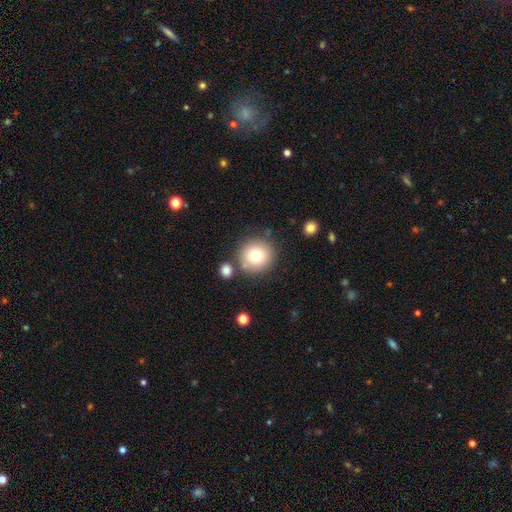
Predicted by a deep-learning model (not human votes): Smooth or featured?
  - smooth: 77% *
  - featured or disk: 13%
  - star or artifact: 11%
How rounded?
  - round: 93% *
  - in between: 6%
  - cigar-shaped: 1%
Merging?
  - none: 79% *
  - minor disturbance: 9%
  - merger: 9%
  - major disturbance: 3%